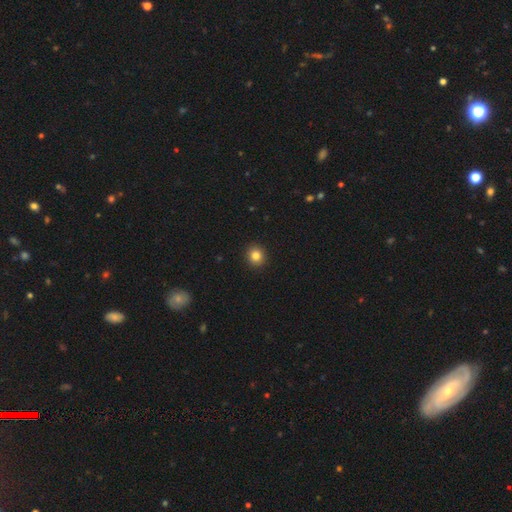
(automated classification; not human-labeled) smooth-or-featured: smooth: 84% | star or artifact: 11% | featured or disk: 6%
  how-rounded: round: 90% | in between: 10% | cigar-shaped: 1%
  merging: none: 93% | minor disturbance: 5% | major disturbance: 2% | merger: 1%